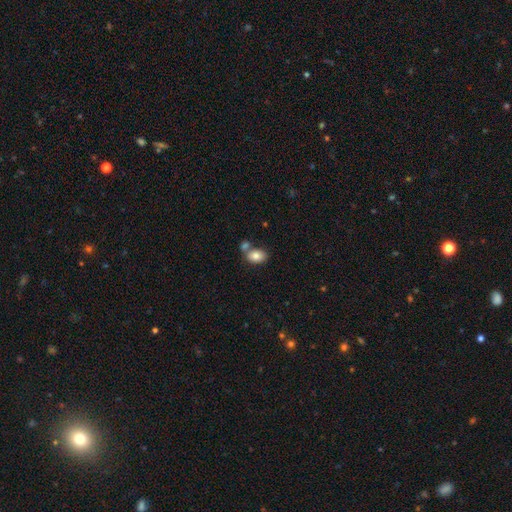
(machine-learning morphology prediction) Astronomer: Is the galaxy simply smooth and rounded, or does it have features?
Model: smooth — 82%.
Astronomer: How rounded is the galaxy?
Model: in between — 85%.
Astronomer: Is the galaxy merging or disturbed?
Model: none — 53% (runner-up: merger, 31%).